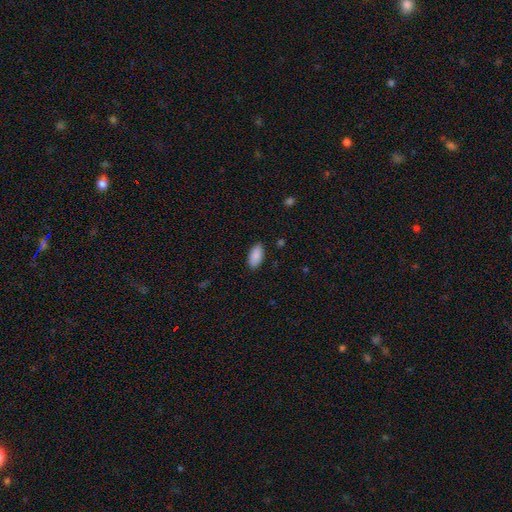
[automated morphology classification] Q: Smooth or featured?
A: smooth (90%); runner-up: star or artifact (6%)
Q: How rounded?
A: in between (93%); runner-up: cigar-shaped (5%)
Q: Merging?
A: none (88%); runner-up: minor disturbance (9%)